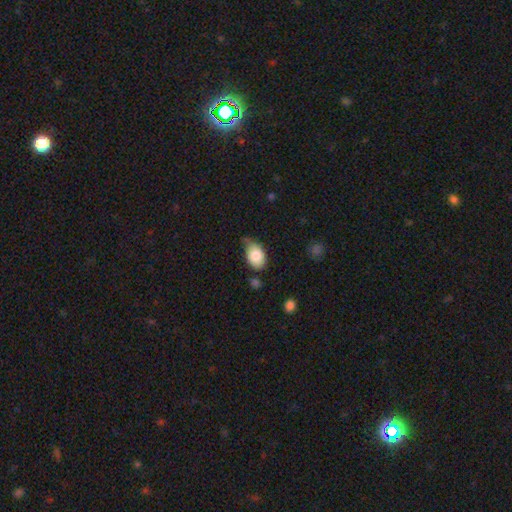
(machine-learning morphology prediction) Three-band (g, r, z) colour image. It shows a smooth galaxy with no disk features (82%) that is in between round and cigar-shaped (82%). Merging: none (45%).